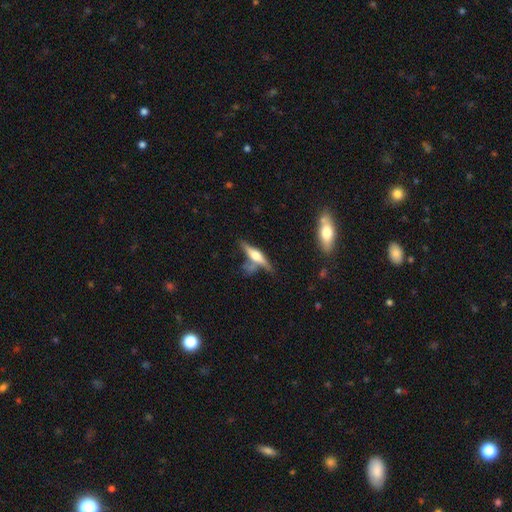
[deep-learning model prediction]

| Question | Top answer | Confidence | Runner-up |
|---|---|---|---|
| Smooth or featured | featured or disk | 63% | smooth (30%) |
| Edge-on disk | yes | 93% | no (7%) |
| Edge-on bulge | rounded | 89% | boxy (7%) |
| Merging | none | 57% | minor disturbance (18%) |